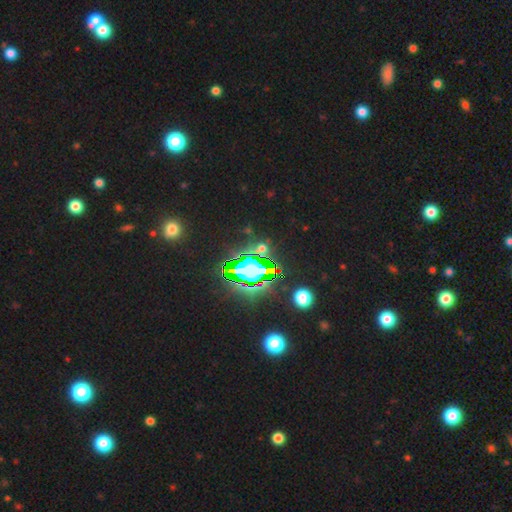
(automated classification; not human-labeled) star or artifact 70%, smooth 17%, featured or disk 13%.